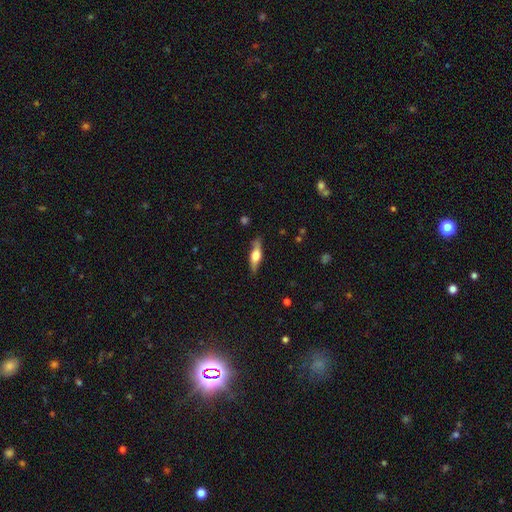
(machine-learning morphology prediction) Smooth or featured? featured or disk (55%)
Edge-on disk? yes (90%)
Merging? none (82%)